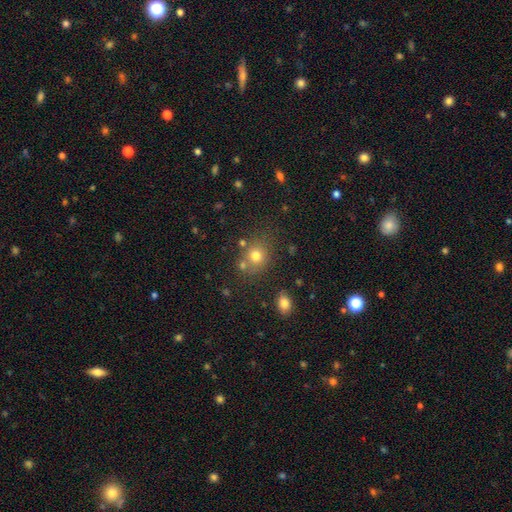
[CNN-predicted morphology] This is likely a smooth galaxy (73%). How rounded: likely round (76%). Merging: likely none (69%).